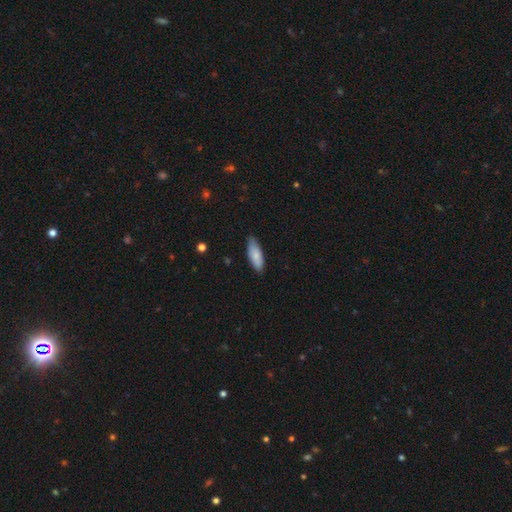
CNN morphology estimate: type=smooth (79%); roundness=in between (71%); merging=none (79%).